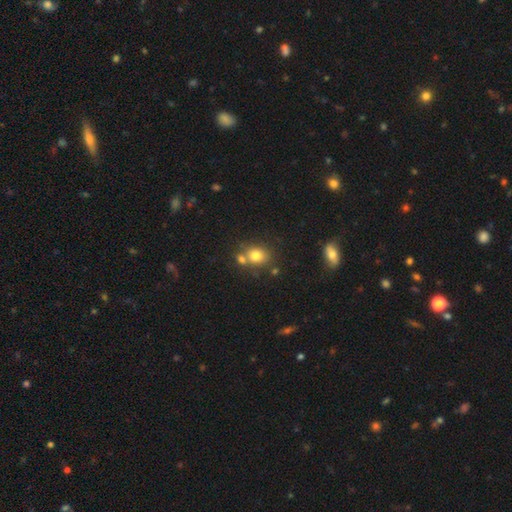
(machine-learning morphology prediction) Smooth or featured?
  - smooth: 77% *
  - star or artifact: 12%
  - featured or disk: 11%
How rounded?
  - round: 61% *
  - in between: 38%
  - cigar-shaped: 1%
Merging?
  - none: 57% *
  - merger: 28%
  - minor disturbance: 12%
  - major disturbance: 4%